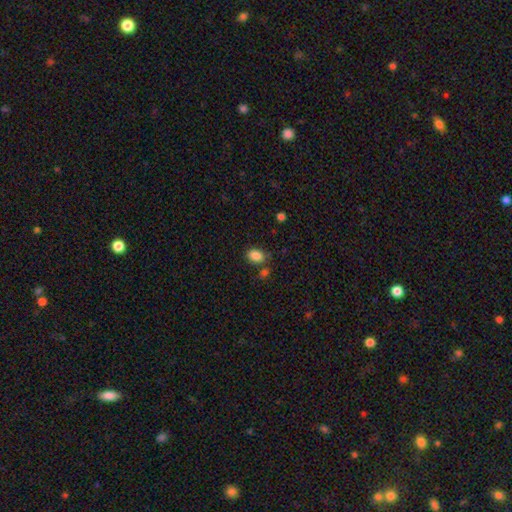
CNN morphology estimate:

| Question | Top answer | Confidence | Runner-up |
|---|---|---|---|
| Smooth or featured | smooth | 87% | star or artifact (10%) |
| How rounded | in between | 79% | round (20%) |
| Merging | none | 71% | minor disturbance (14%) |